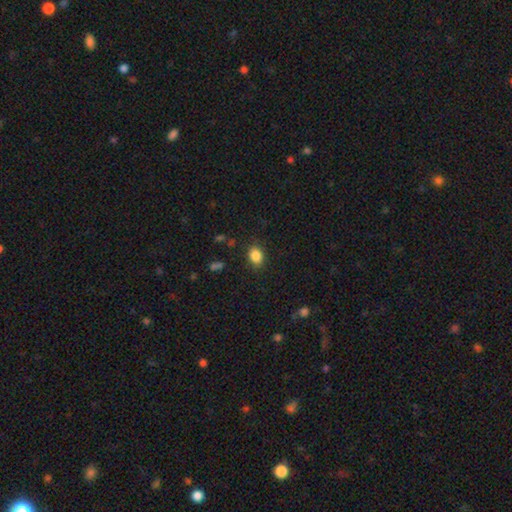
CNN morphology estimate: Smooth or featured? smooth (86%)
How rounded? in between (63%)
Merging? none (85%)